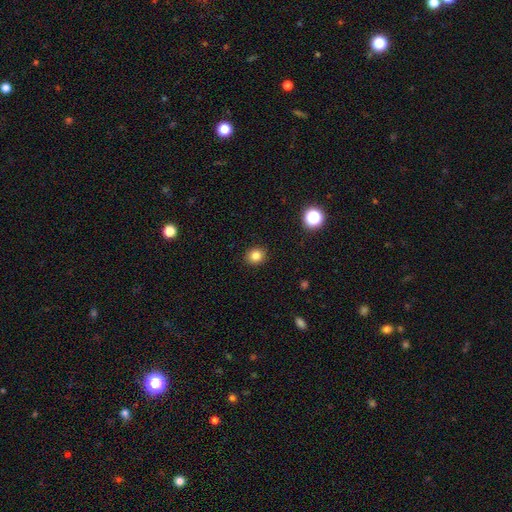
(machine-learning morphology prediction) This is clearly a smooth galaxy (83%). How rounded: likely round (76%). Merging: clearly none (91%).